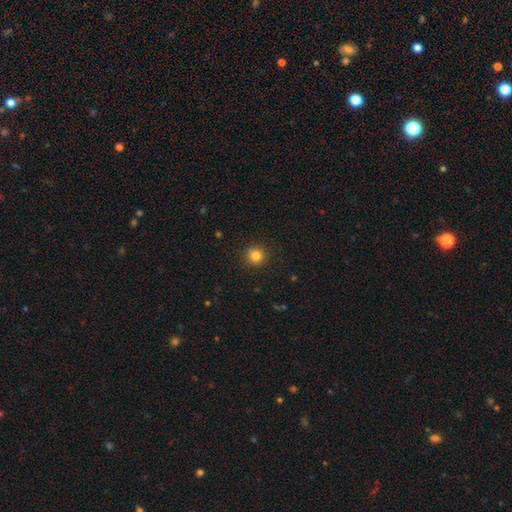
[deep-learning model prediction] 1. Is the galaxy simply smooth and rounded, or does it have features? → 82% smooth, 13% star or artifact, 5% featured or disk.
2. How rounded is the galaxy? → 94% round, 6% in between, 1% cigar-shaped.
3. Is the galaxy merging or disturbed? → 90% none, 7% minor disturbance, 2% major disturbance, 1% merger.